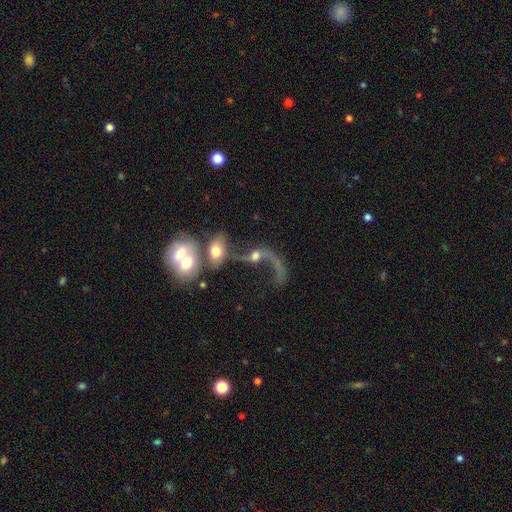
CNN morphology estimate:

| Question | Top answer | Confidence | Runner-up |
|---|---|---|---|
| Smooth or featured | featured or disk | 70% | smooth (20%) |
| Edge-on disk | no | 94% | yes (6%) |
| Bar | no | 64% | weak (27%) |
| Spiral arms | yes | 78% | no (22%) |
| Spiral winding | loose | 93% | medium (5%) |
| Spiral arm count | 2 | 59% | 1 (36%) |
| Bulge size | moderate | 48% | small (25%) |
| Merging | merger | 42% | major disturbance (27%) |